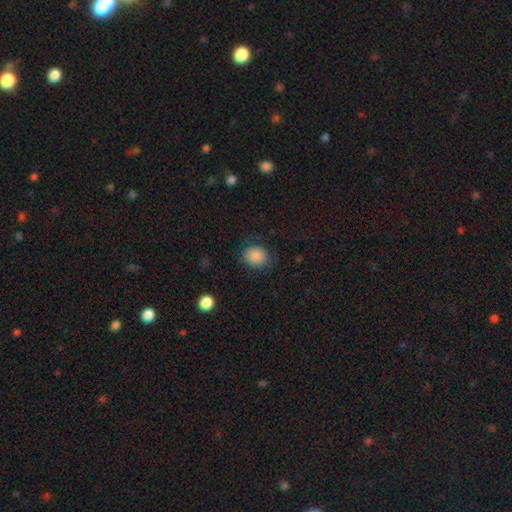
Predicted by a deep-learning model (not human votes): This is clearly a smooth galaxy (86%). How rounded: likely round (75%). Merging: clearly none (81%).